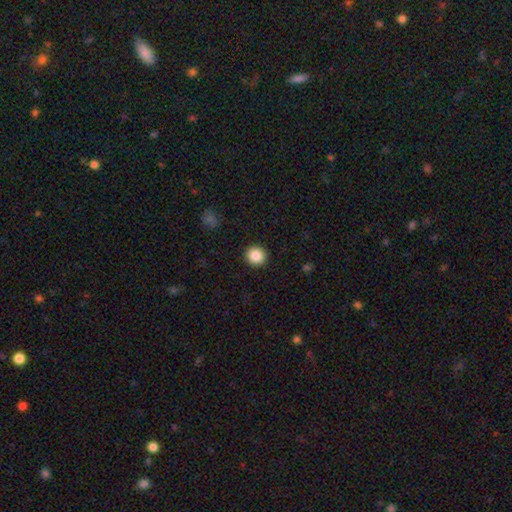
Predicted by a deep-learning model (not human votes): Q: Smooth or featured?
A: smooth (87%); runner-up: star or artifact (9%)
Q: How rounded?
A: round (93%); runner-up: in between (6%)
Q: Merging?
A: none (93%); runner-up: minor disturbance (5%)